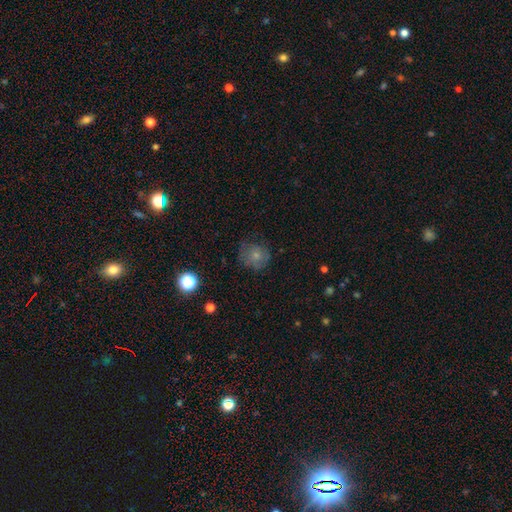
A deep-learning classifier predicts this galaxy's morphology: smooth-or-featured: smooth: 69% | featured or disk: 20% | star or artifact: 11%
  how-rounded: round: 85% | in between: 14% | cigar-shaped: 1%
  merging: none: 66% | minor disturbance: 23% | major disturbance: 10% | merger: 1%